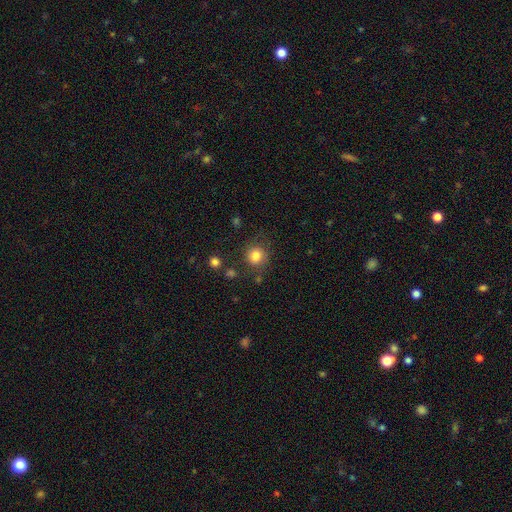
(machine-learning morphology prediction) Smooth or featured? Predicted: smooth (p=0.82). How rounded? Predicted: round (p=0.85). Merging? Predicted: none (p=0.78).